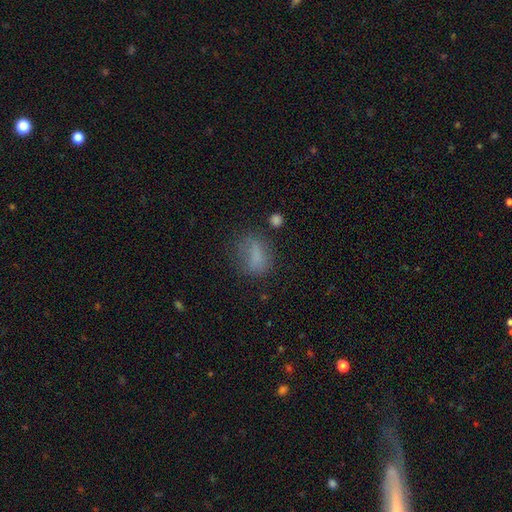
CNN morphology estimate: Smooth or featured? smooth (71%)
How rounded? in between (69%)
Merging? none (54%)